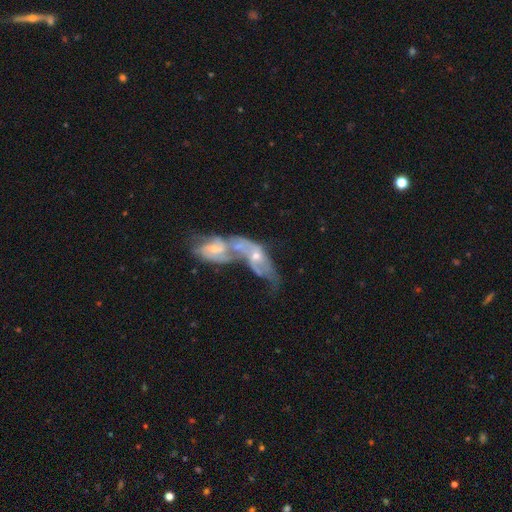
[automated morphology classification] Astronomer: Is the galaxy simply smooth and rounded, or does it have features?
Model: featured or disk — 72%.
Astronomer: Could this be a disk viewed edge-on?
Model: no — 92%.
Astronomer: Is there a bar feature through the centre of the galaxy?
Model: no — 67%.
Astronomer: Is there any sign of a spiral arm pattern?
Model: yes — 74%.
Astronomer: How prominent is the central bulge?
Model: small — 50% (runner-up: moderate, 43%).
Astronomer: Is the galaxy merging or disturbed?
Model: merger — 81%.